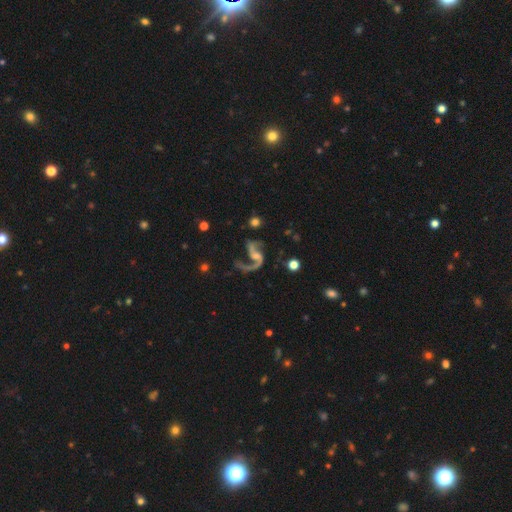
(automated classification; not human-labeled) Q: Smooth or featured?
A: featured or disk (90%); runner-up: star or artifact (6%)
Q: Edge-on disk?
A: no (98%); runner-up: yes (2%)
Q: Bar?
A: no (41%); runner-up: weak (39%)
Q: Spiral arms?
A: yes (97%); runner-up: no (3%)
Q: Spiral winding?
A: loose (75%); runner-up: medium (22%)
Q: Spiral arm count?
A: 2 (83%); runner-up: 1 (12%)
Q: Bulge size?
A: small (51%); runner-up: moderate (28%)
Q: Merging?
A: none (51%); runner-up: major disturbance (26%)